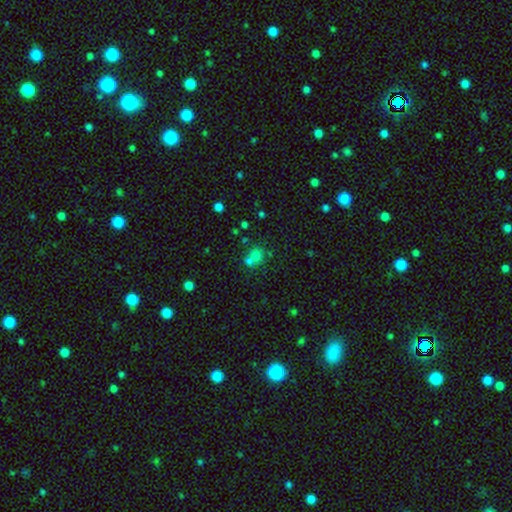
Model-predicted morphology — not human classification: Smooth or featured?
  - smooth: 67% *
  - star or artifact: 20%
  - featured or disk: 13%
How rounded?
  - round: 82% *
  - in between: 17%
  - cigar-shaped: 1%
Merging?
  - none: 47% *
  - merger: 42%
  - minor disturbance: 7%
  - major disturbance: 3%